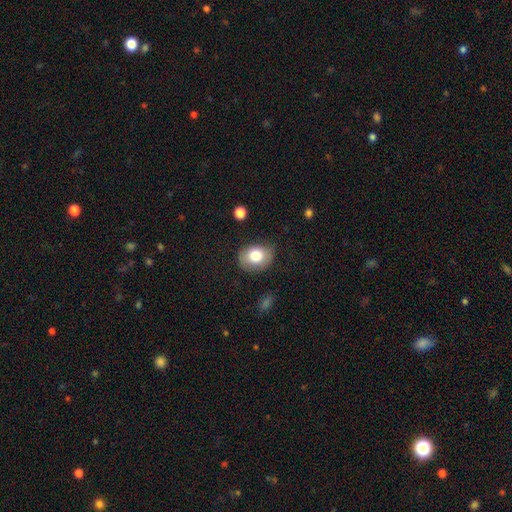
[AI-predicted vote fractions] smooth_or_featured: smooth (p=0.78) [alt: featured or disk p=0.14]
how_rounded: in between (p=0.64) [alt: round p=0.35]
merging: none (p=0.76) [alt: minor disturbance p=0.18]